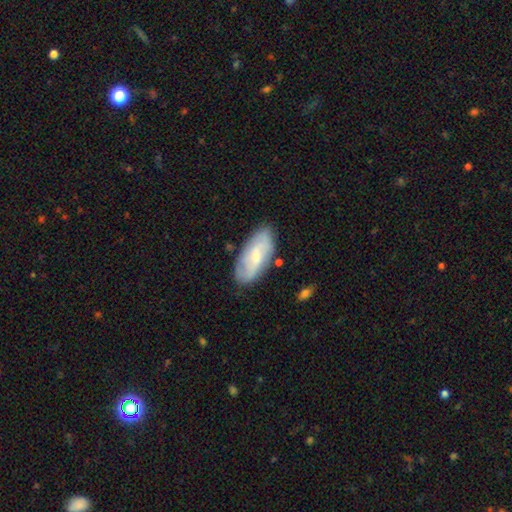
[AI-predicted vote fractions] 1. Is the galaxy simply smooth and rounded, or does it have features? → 53% featured or disk, 40% smooth, 7% star or artifact.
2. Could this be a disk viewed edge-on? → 91% no, 9% yes.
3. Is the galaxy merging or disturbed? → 78% none, 16% minor disturbance, 4% major disturbance, 2% merger.